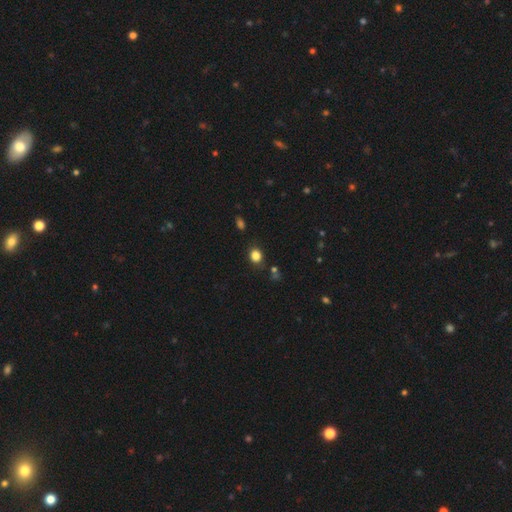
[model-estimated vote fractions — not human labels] Q: Smooth or featured?
A: smooth (82%); runner-up: star or artifact (13%)
Q: How rounded?
A: round (63%); runner-up: in between (36%)
Q: Merging?
A: none (83%); runner-up: minor disturbance (11%)